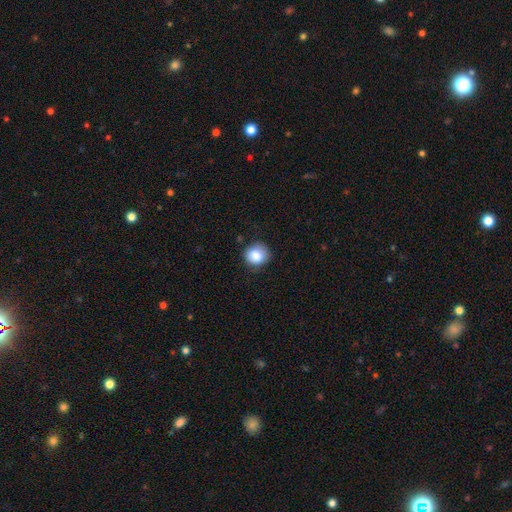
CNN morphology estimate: A smooth galaxy with no disk features (86%) that is round (84%).

Vote fractions:
- Smooth or featured? smooth: 86% / star or artifact: 9% / featured or disk: 6%
- How rounded? round: 84% / in between: 15% / cigar-shaped: 1%
- Merging? none: 73% / minor disturbance: 21% / major disturbance: 4% / merger: 2%